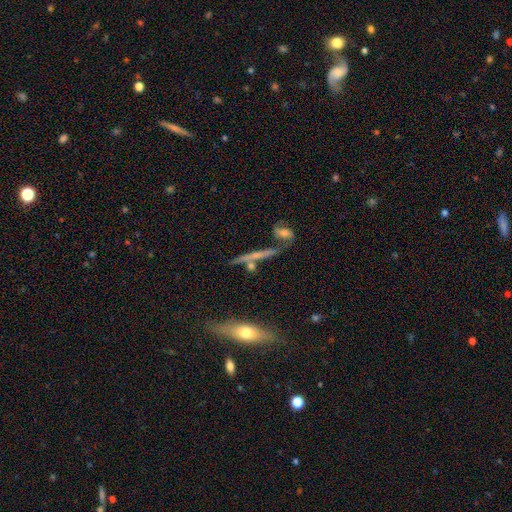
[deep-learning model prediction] A featured or disk galaxy (58%) viewed edge-on (82%). Merging: none (65%).